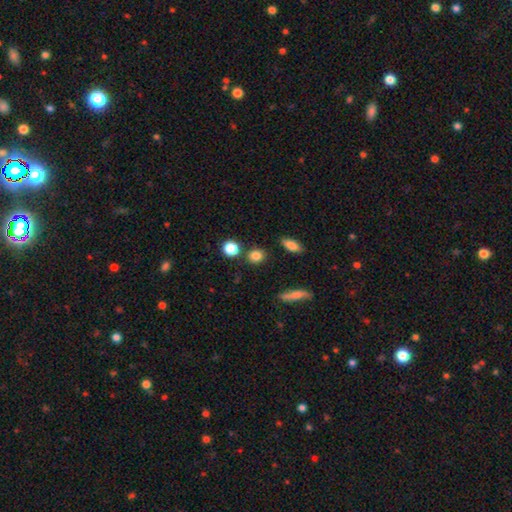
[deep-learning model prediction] This appears to be a smooth galaxy with no disk features (82%) that is round (78%). Merging: none (80%).